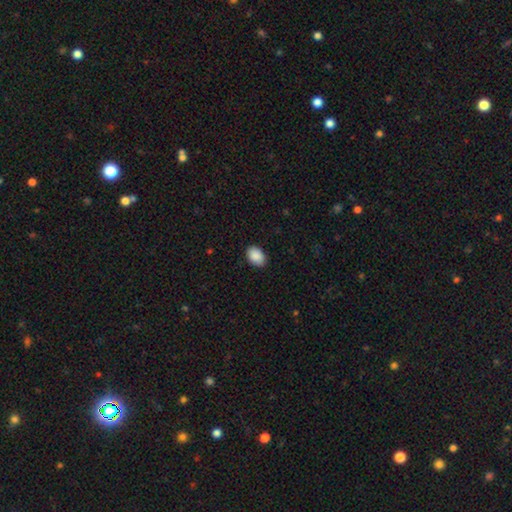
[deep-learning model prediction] Smooth or featured? Predicted: smooth (p=0.90). How rounded? Predicted: in between (p=0.84). Merging? Predicted: none (p=0.89).